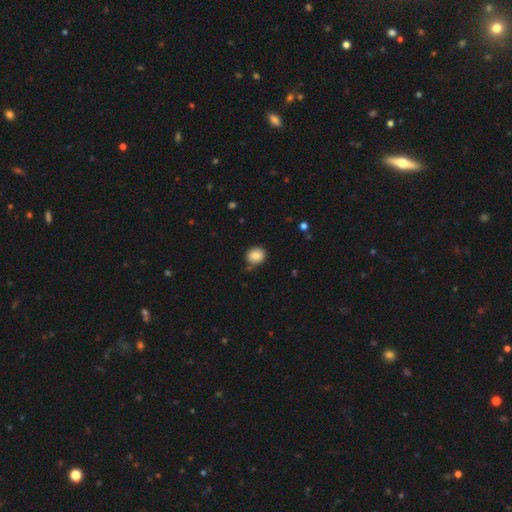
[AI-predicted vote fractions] A smooth galaxy with no disk features (87%) that is round (76%).

Vote fractions:
- Smooth or featured? smooth: 87% / star or artifact: 9% / featured or disk: 5%
- How rounded? round: 76% / in between: 23% / cigar-shaped: 1%
- Merging? none: 82% / minor disturbance: 12% / merger: 3% / major disturbance: 3%